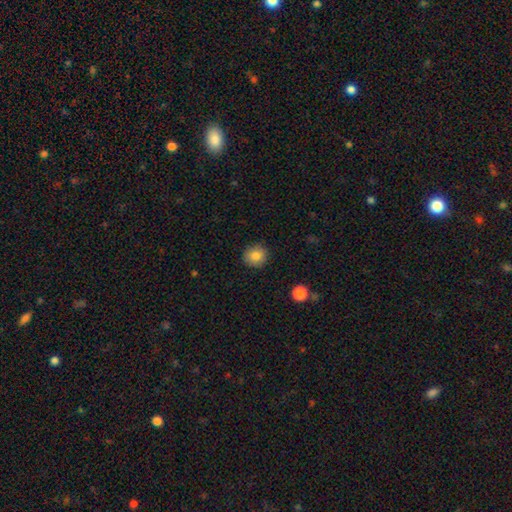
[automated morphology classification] Q: Smooth or featured?
A: smooth (84%); runner-up: star or artifact (9%)
Q: How rounded?
A: round (90%); runner-up: in between (9%)
Q: Merging?
A: none (90%); runner-up: minor disturbance (7%)